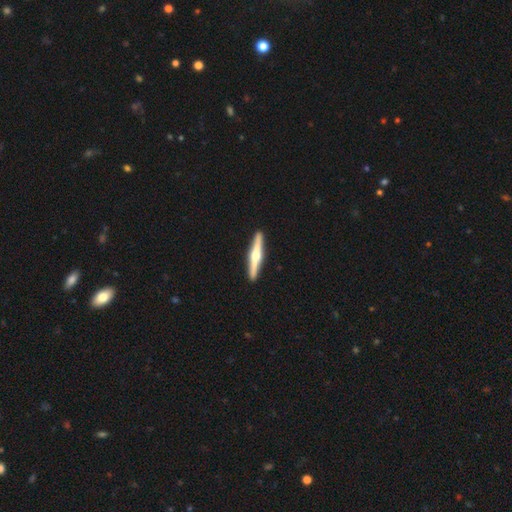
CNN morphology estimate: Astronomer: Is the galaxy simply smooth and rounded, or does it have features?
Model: featured or disk — 71%.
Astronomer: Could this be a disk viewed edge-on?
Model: yes — 98%.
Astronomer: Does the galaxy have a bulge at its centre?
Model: rounded — 92%.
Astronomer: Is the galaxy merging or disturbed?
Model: none — 92%.